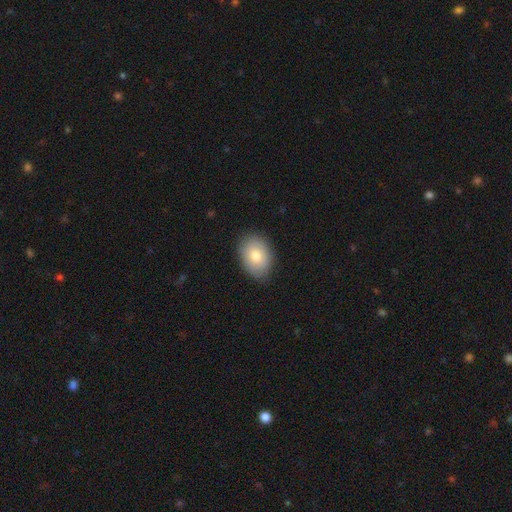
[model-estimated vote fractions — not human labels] Morphology: type=smooth (79%); roundness=in between (78%); merging=none (86%).